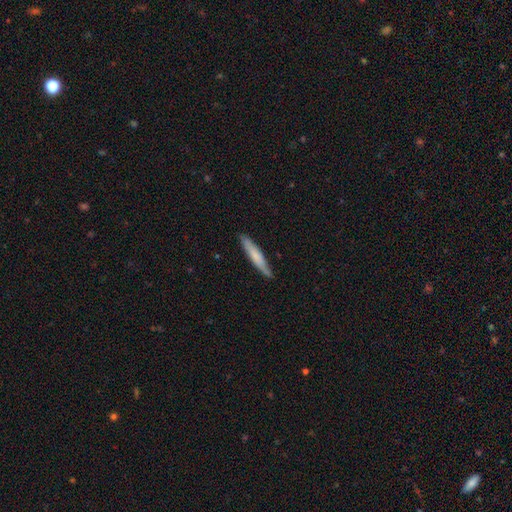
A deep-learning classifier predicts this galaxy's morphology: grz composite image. It shows a smooth galaxy with no disk features (66%) that is cigar-shaped (92%). Merging: none (86%).